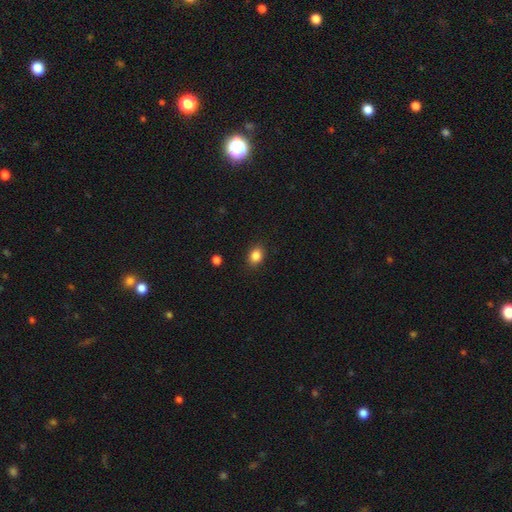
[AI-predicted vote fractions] A smooth galaxy with no disk features (86%) that is in between round and cigar-shaped (59%).

Vote fractions:
- Smooth or featured? smooth: 86% / star or artifact: 10% / featured or disk: 4%
- How rounded? in between: 59% / round: 39% / cigar-shaped: 1%
- Merging? none: 87% / minor disturbance: 9% / major disturbance: 2% / merger: 1%